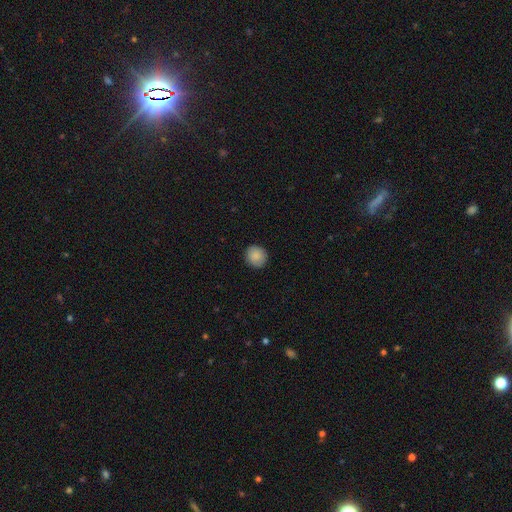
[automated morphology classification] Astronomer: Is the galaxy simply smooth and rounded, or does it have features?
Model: smooth — 88%.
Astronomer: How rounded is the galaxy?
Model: round — 89%.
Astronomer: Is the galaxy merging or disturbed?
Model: none — 91%.